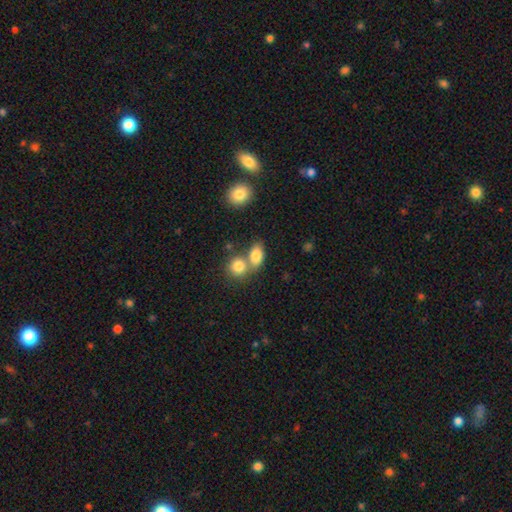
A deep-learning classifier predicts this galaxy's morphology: Smooth or featured?
  - smooth: 83% *
  - featured or disk: 9%
  - star or artifact: 9%
How rounded?
  - in between: 79% *
  - round: 19%
  - cigar-shaped: 2%
Merging?
  - merger: 45% *
  - none: 41%
  - minor disturbance: 9%
  - major disturbance: 4%